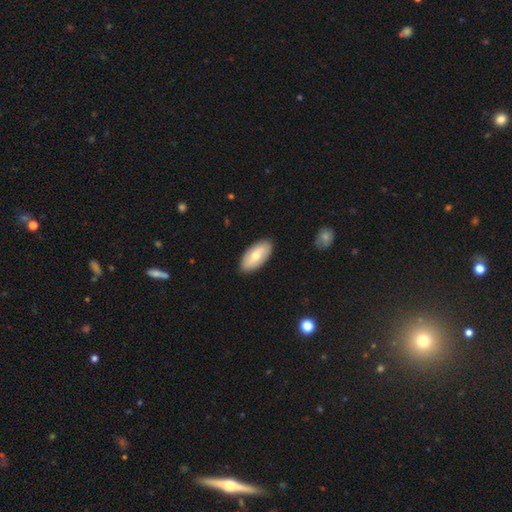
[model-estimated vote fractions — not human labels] Q: Smooth or featured?
A: smooth (63%); runner-up: featured or disk (32%)
Q: How rounded?
A: in between (93%); runner-up: cigar-shaped (5%)
Q: Merging?
A: none (88%); runner-up: minor disturbance (9%)